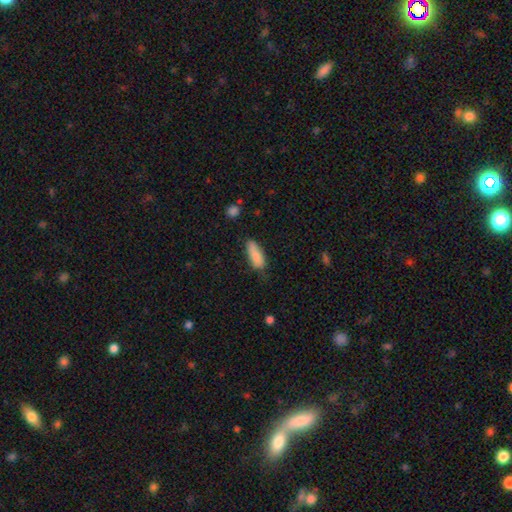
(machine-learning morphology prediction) Smooth or featured?
  - smooth: 86% *
  - featured or disk: 7%
  - star or artifact: 7%
How rounded?
  - in between: 66% *
  - cigar-shaped: 32%
  - round: 2%
Merging?
  - none: 68% *
  - minor disturbance: 24%
  - major disturbance: 5%
  - merger: 2%